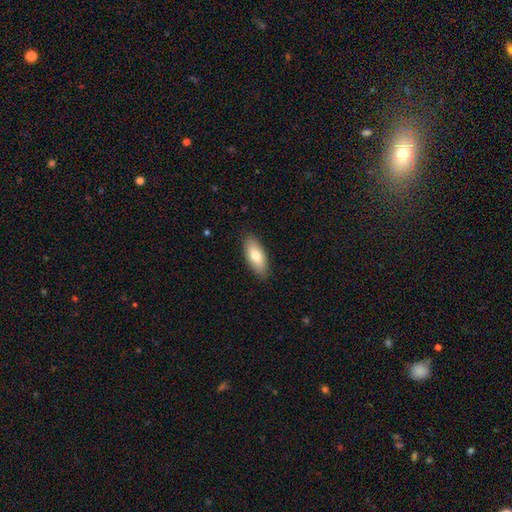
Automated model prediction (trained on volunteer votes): Smooth or featured?
  - smooth: 75% *
  - featured or disk: 19%
  - star or artifact: 6%
How rounded?
  - in between: 84% *
  - cigar-shaped: 14%
  - round: 2%
Merging?
  - none: 87% *
  - minor disturbance: 10%
  - major disturbance: 2%
  - merger: 1%